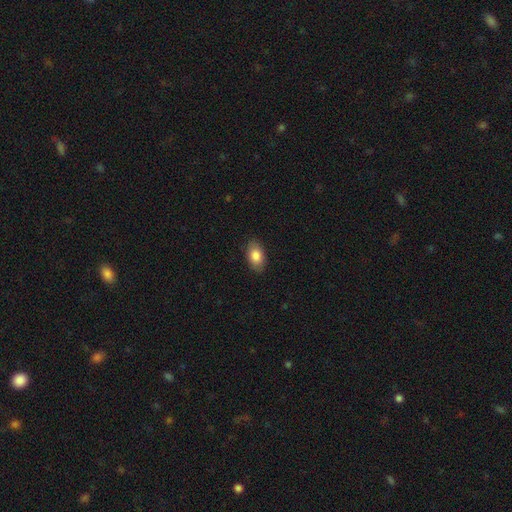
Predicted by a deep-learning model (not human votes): This appears to be a smooth galaxy with no disk features (85%) that is in between round and cigar-shaped (91%). Merging: none (86%).